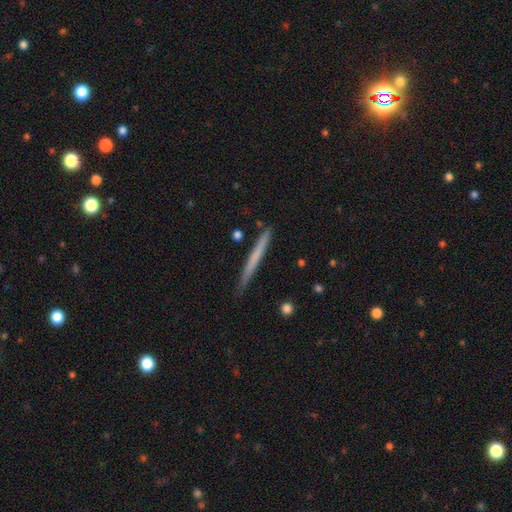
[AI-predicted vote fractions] This is possibly a smooth galaxy (58%). How rounded: clearly cigar-shaped (97%). Merging: clearly none (87%).